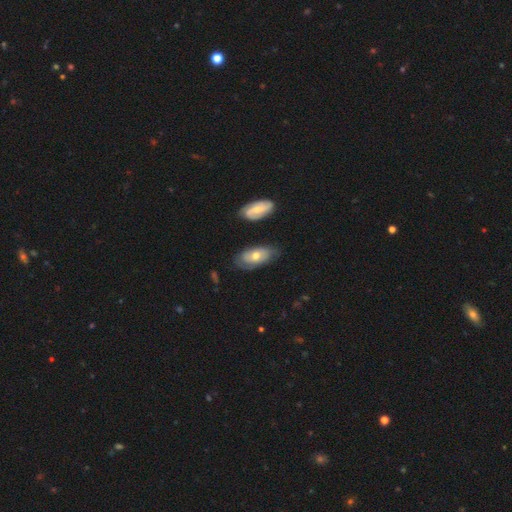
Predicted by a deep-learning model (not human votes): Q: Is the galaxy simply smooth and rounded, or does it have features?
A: featured or disk — 53%.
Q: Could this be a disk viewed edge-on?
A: no — 88%.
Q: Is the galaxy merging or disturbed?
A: none — 67%.